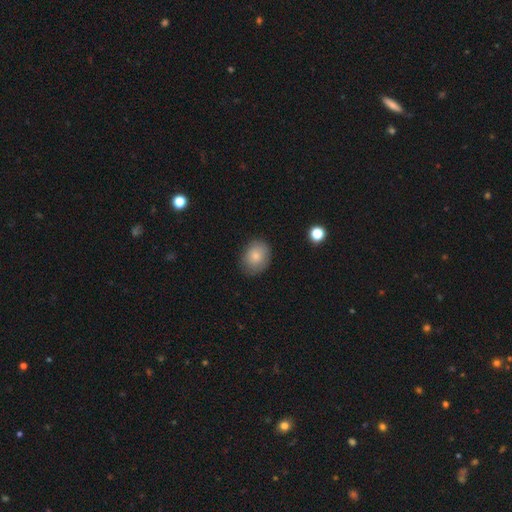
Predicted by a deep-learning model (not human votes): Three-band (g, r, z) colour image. It shows a smooth galaxy with no disk features (80%) that is round (50%). Merging: none (80%).